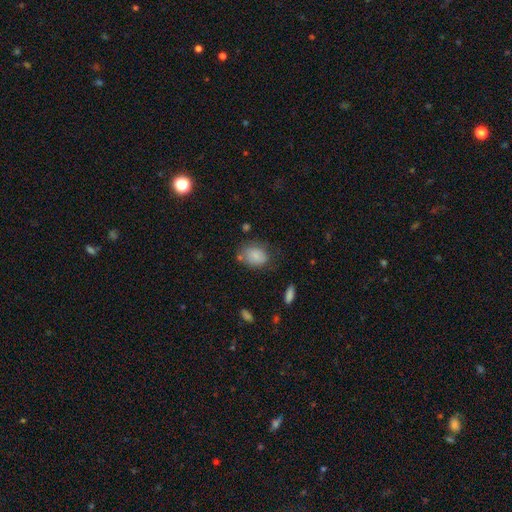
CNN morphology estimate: This is clearly a smooth galaxy (82%). How rounded: likely in between (60%). Merging: likely none (62%).